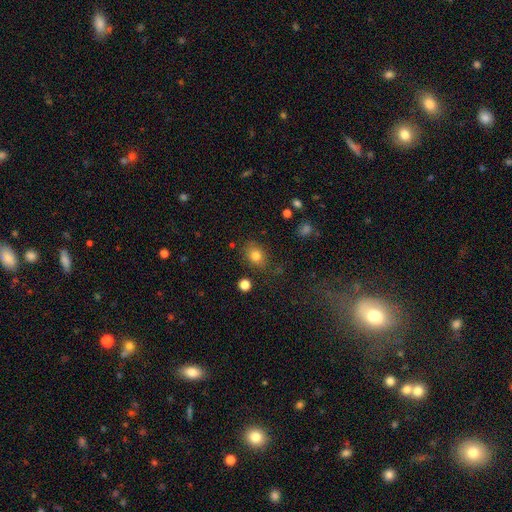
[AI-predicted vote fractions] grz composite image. It shows a smooth galaxy with no disk features (80%) that is in between round and cigar-shaped (50%). Merging: none (76%).